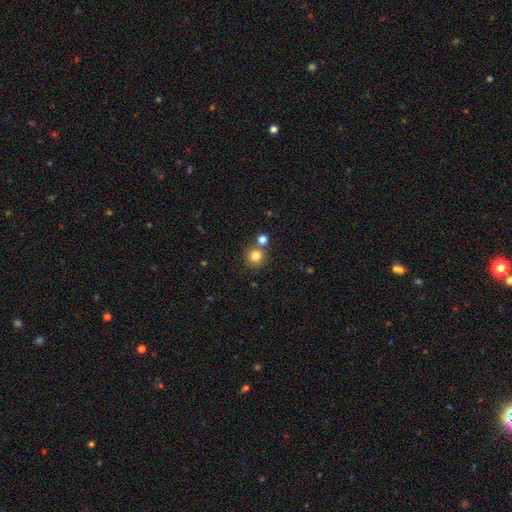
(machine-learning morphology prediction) smooth 81%, star or artifact 13%, featured or disk 7%. Down the decision tree: how rounded — round (93%); merging — none (74%).